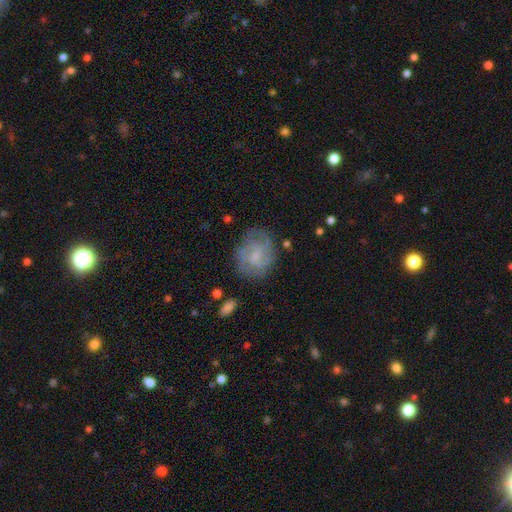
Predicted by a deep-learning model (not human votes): Smooth or featured: featured or disk — 70% (smooth — 23%)
Edge-on disk: no — 98% (yes — 2%)
Bar: no — 56% (weak — 39%)
Spiral arms: yes — 90% (no — 10%)
Spiral winding: tight — 46% (medium — 41%)
Spiral arm count: 2 — 36% (can't tell — 28%)
Bulge size: small — 50% (none — 24%)
Merging: none — 73% (minor disturbance — 17%)